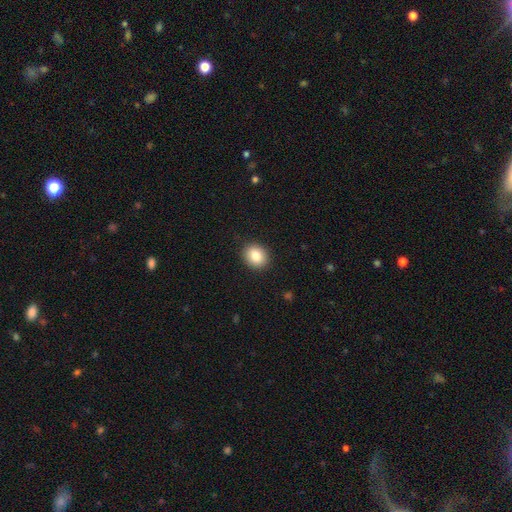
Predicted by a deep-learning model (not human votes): Smooth or featured? smooth (83%)
How rounded? round (67%)
Merging? none (91%)